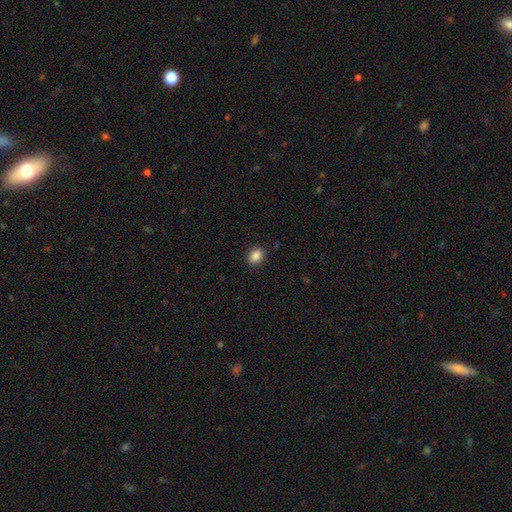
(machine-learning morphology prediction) Smooth or featured? smooth (88%)
How rounded? in between (50%)
Merging? none (90%)